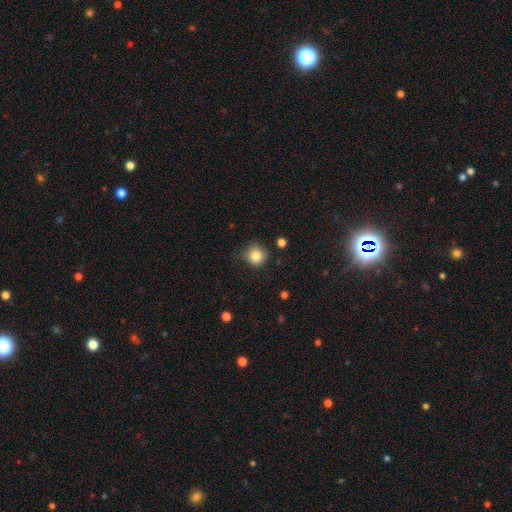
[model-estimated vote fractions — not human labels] This is clearly a smooth galaxy (82%). How rounded: clearly round (92%). Merging: likely none (76%).